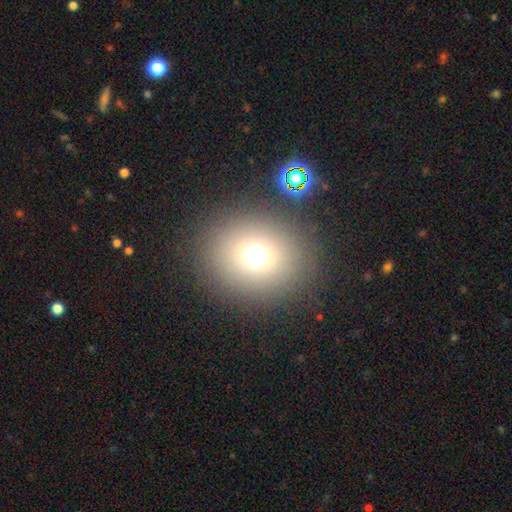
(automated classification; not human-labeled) Morphology: type=smooth (68%); roundness=round (73%); merging=none (81%).